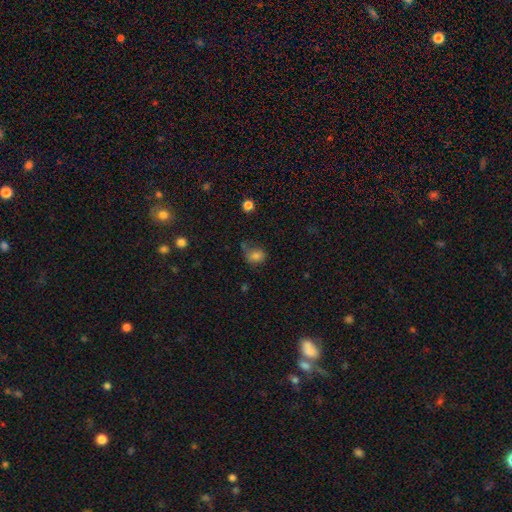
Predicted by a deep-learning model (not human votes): Smooth or featured? smooth (77%)
How rounded? round (53%)
Merging? none (52%)